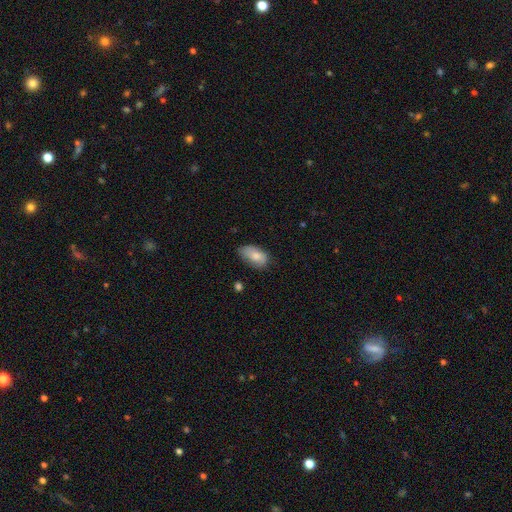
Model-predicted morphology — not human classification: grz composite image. It shows a smooth galaxy with no disk features (81%) that is in between round and cigar-shaped (92%). Merging: none (60%).